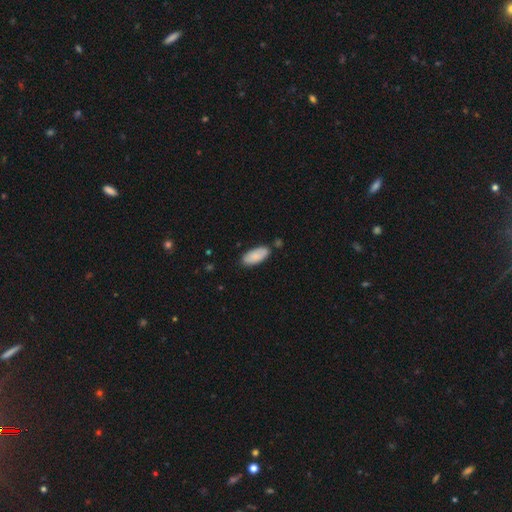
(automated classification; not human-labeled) smooth_or_featured: smooth (p=0.84) [alt: featured or disk p=0.10]
how_rounded: in between (p=0.87) [alt: cigar-shaped p=0.12]
merging: none (p=0.78) [alt: minor disturbance p=0.15]